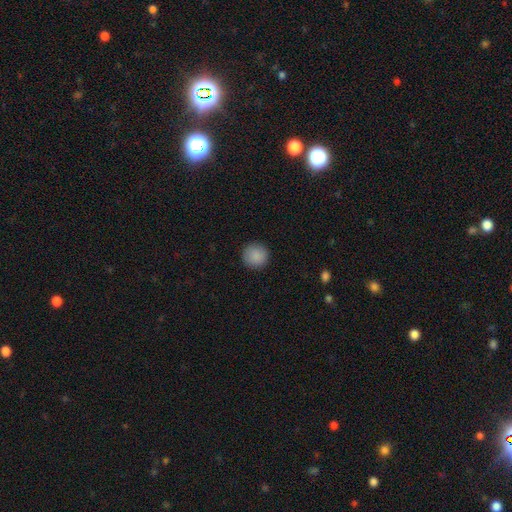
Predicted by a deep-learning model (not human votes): Morphology: type=smooth (89%); roundness=round (96%); merging=none (92%).